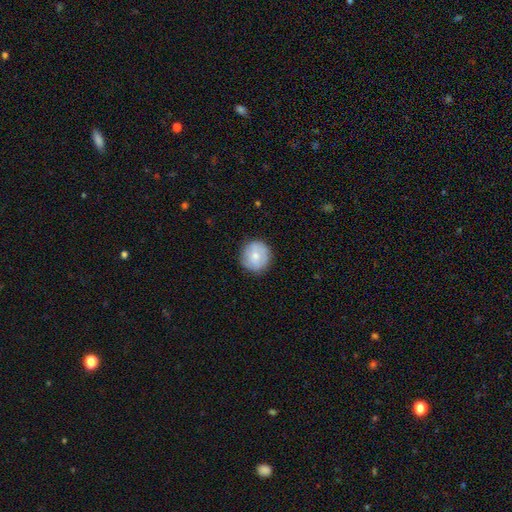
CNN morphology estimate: The model was most divided on "smooth or featured": smooth: 68%, featured or disk: 25%, star or artifact: 7%. More confident: how rounded — round (92%); merging — none (85%).